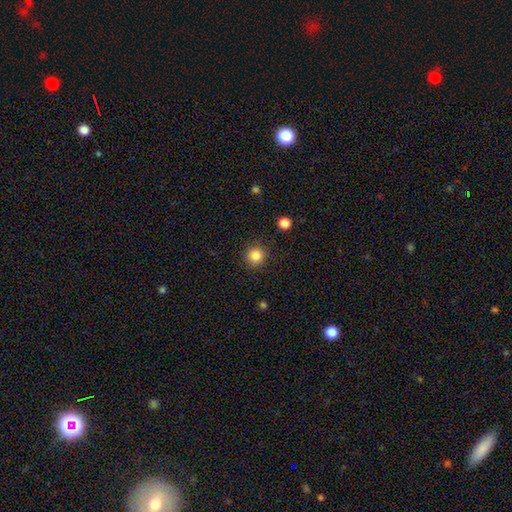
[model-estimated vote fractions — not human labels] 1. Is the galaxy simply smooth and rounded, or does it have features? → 85% smooth, 11% star or artifact, 4% featured or disk.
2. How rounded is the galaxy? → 92% round, 7% in between, 1% cigar-shaped.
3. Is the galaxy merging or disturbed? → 90% none, 6% minor disturbance, 2% major disturbance, 1% merger.